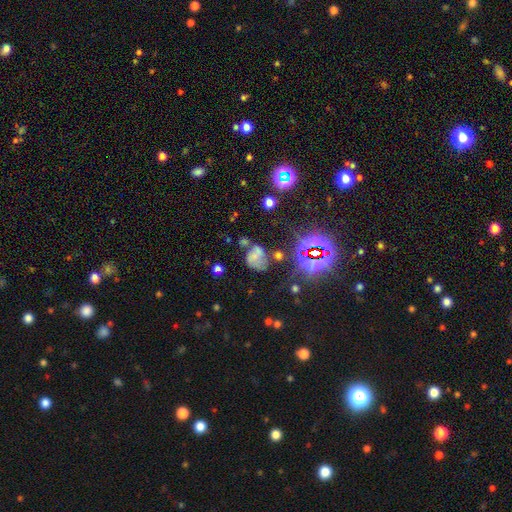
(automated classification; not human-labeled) Smooth or featured? Predicted: smooth (p=0.41). Merging? Predicted: none (p=0.35).